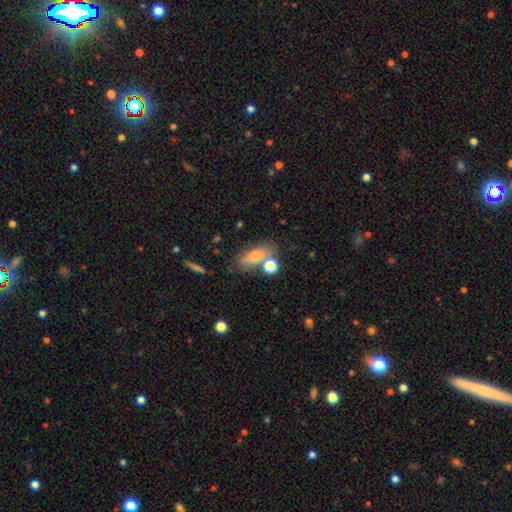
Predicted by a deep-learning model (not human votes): smooth_or_featured: smooth (p=0.69) [alt: featured or disk p=0.19]
how_rounded: in between (p=0.70) [alt: cigar-shaped p=0.20]
merging: none (p=0.62) [alt: minor disturbance p=0.16]